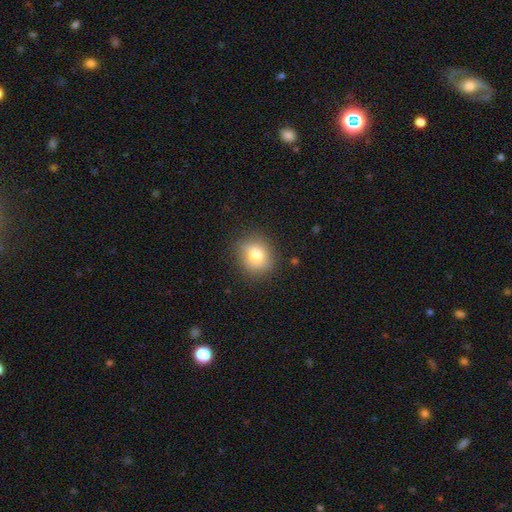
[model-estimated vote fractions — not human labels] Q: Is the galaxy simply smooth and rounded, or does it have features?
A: smooth — 79%.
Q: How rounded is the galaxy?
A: round — 77%.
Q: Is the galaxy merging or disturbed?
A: none — 85%.